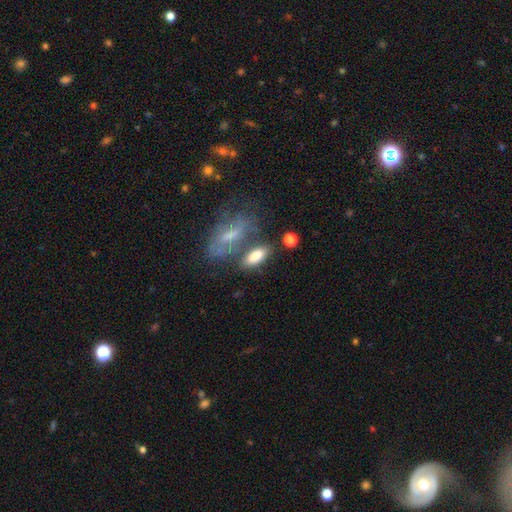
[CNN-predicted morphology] Smooth or featured? Predicted: smooth (p=0.80). How rounded? Predicted: in between (p=0.82). Merging? Predicted: none (p=0.58).